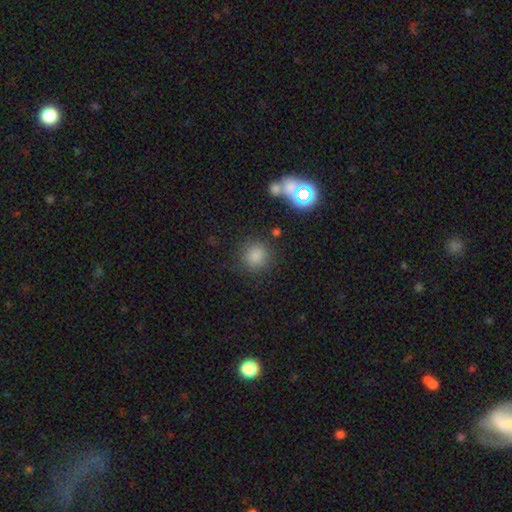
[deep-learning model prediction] This appears to be a smooth galaxy with no disk features (82%) that is round (91%). Merging: none (84%).